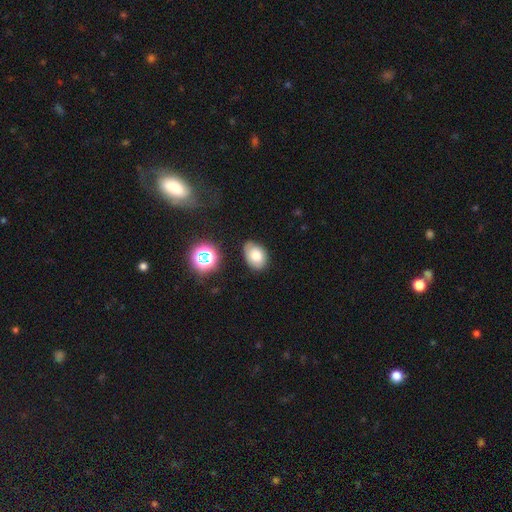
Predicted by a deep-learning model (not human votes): This appears to be a smooth galaxy with no disk features (74%) that is in between round and cigar-shaped (77%). Merging: none (72%).